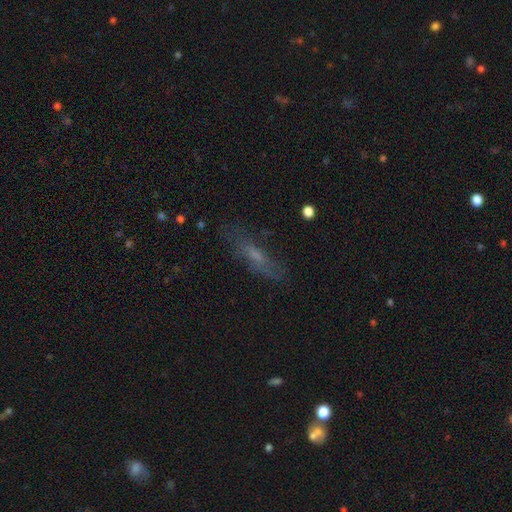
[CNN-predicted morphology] The model was most divided on "smooth or featured": smooth: 46%, featured or disk: 39%, star or artifact: 15%. More confident: merging — none (73%).